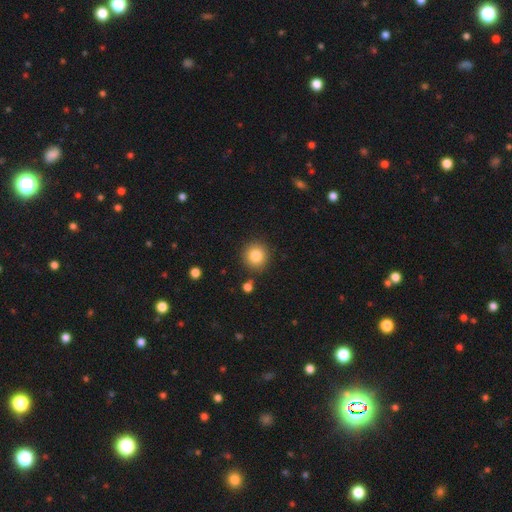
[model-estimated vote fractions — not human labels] smooth_or_featured: smooth (p=0.83) [alt: star or artifact p=0.10]
how_rounded: round (p=0.93) [alt: in between p=0.06]
merging: none (p=0.87) [alt: minor disturbance p=0.07]